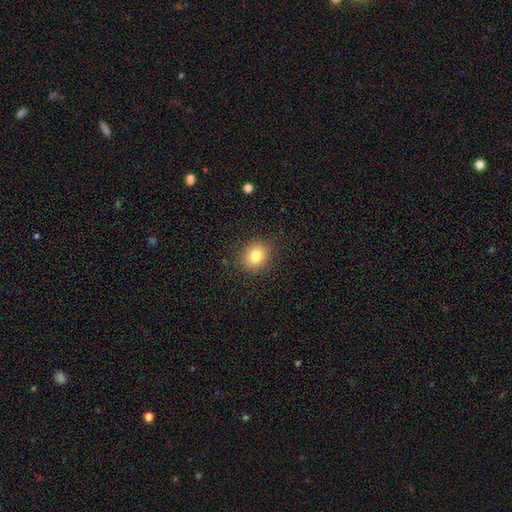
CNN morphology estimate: smooth 80%, star or artifact 11%, featured or disk 9%. Down the decision tree: how rounded — round (74%); merging — none (88%).